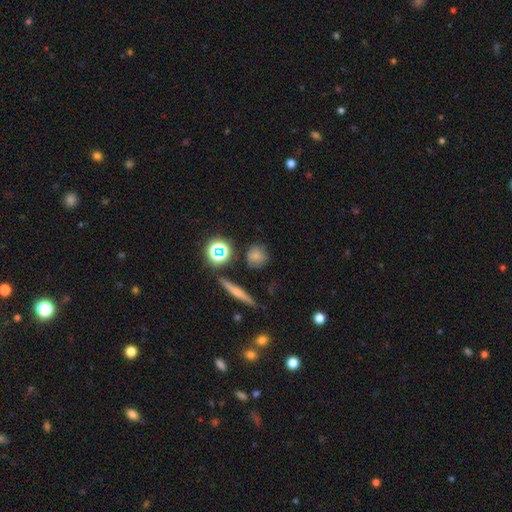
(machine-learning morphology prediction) type=smooth (69%); roundness=round (83%); merging=none (78%).